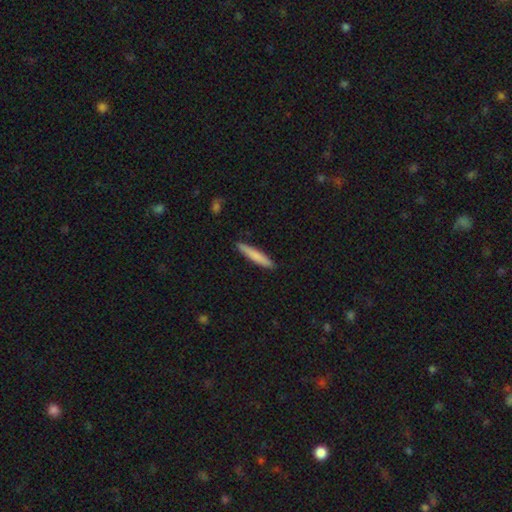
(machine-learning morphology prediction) Q: Smooth or featured?
A: smooth (79%); runner-up: featured or disk (16%)
Q: How rounded?
A: cigar-shaped (93%); runner-up: in between (6%)
Q: Merging?
A: none (90%); runner-up: minor disturbance (7%)